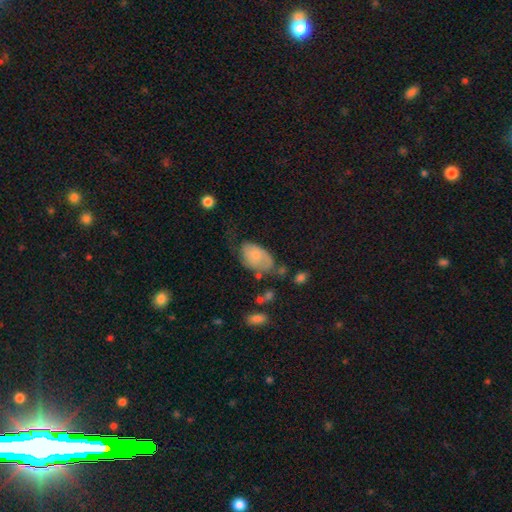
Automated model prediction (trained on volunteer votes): smooth-or-featured: smooth: 58% | featured or disk: 35% | star or artifact: 7%
  how-rounded: in between: 91% | round: 8% | cigar-shaped: 2%
  merging: none: 38% | minor disturbance: 34% | major disturbance: 22% | merger: 6%